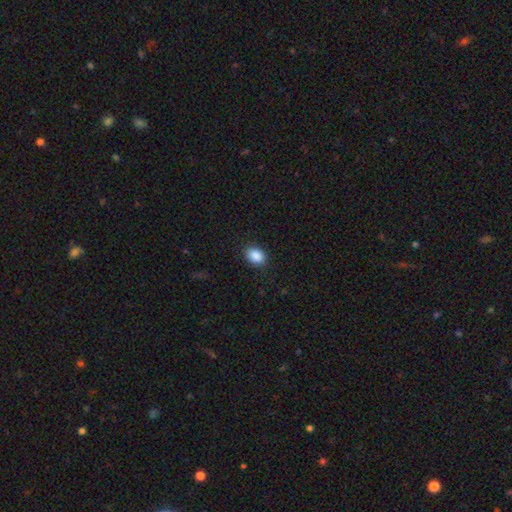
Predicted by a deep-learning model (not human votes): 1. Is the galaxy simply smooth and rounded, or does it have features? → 89% smooth, 8% star or artifact, 3% featured or disk.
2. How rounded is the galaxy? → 80% in between, 18% round, 1% cigar-shaped.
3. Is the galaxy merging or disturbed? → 89% none, 8% minor disturbance, 2% major disturbance, 1% merger.